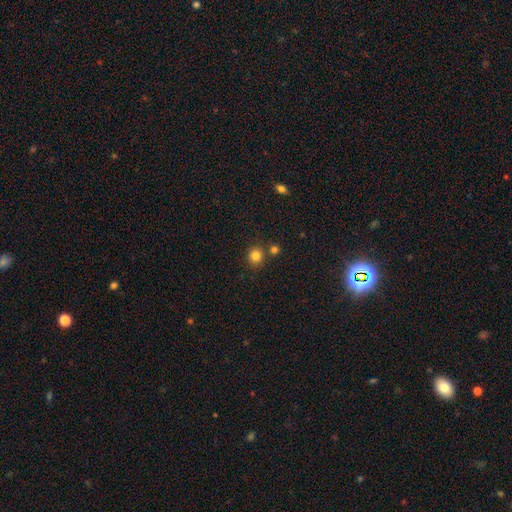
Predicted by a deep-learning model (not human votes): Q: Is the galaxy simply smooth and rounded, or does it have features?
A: smooth — 81%.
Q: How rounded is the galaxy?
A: round — 91%.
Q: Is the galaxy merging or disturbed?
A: none — 79%.